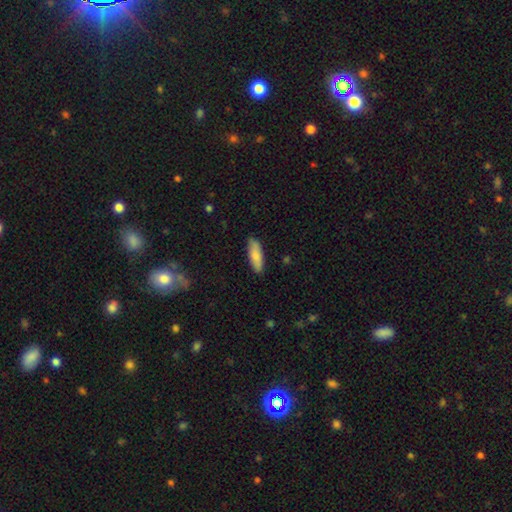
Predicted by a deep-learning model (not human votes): smooth_or_featured: smooth (p=0.82) [alt: featured or disk p=0.13]
how_rounded: in between (p=0.51) [alt: cigar-shaped p=0.47]
merging: none (p=0.85) [alt: minor disturbance p=0.11]